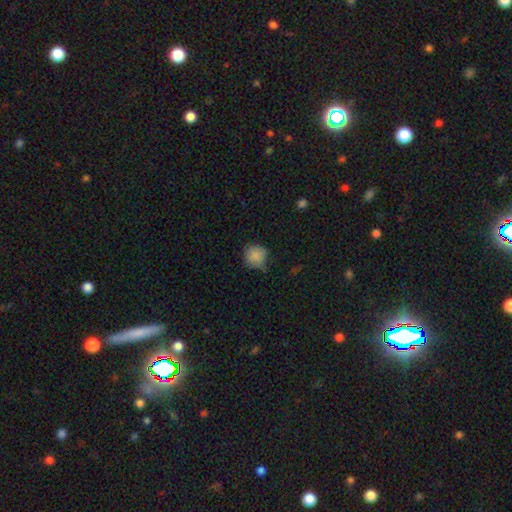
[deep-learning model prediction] Smooth or featured: smooth — 86% (star or artifact — 9%)
How rounded: round — 89% (in between — 10%)
Merging: none — 65% (minor disturbance — 28%)